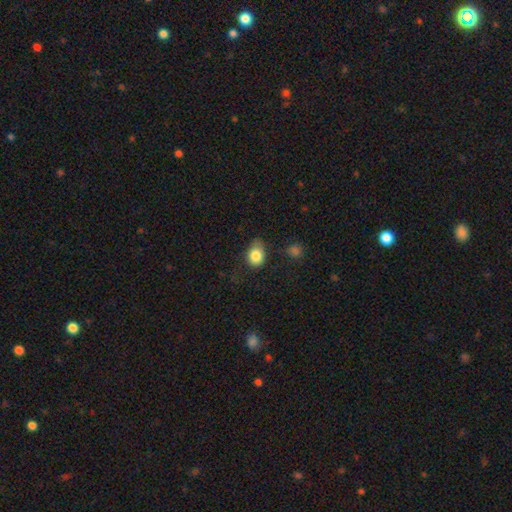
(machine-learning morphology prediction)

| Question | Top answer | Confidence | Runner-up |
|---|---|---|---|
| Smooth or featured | smooth | 83% | star or artifact (9%) |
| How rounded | in between | 55% | round (44%) |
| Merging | none | 56% | minor disturbance (32%) |